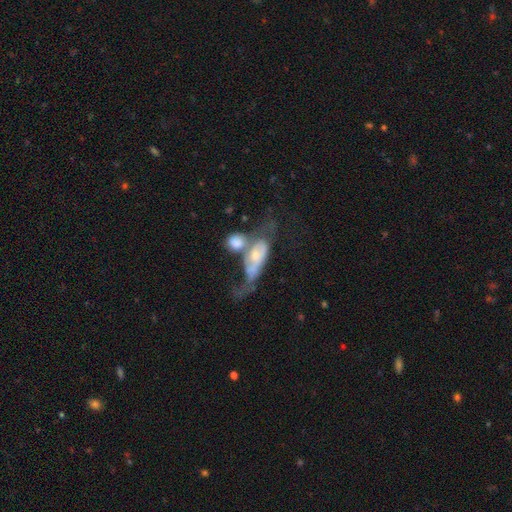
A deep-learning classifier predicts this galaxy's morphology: A featured or disk galaxy (57%).

Vote fractions:
- Smooth or featured? featured or disk: 57% / smooth: 34% / star or artifact: 8%
- Edge-on disk? no: 83% / yes: 17%
- Merging? merger: 52% / major disturbance: 22% / none: 15% / minor disturbance: 11%